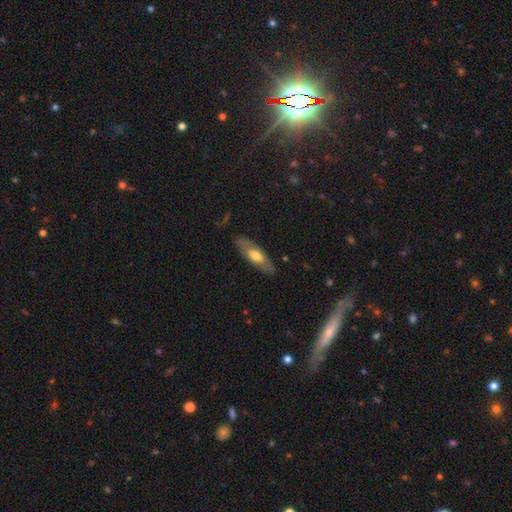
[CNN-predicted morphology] Smooth or featured: smooth — 48% (featured or disk — 46%)
Merging: none — 83% (minor disturbance — 13%)